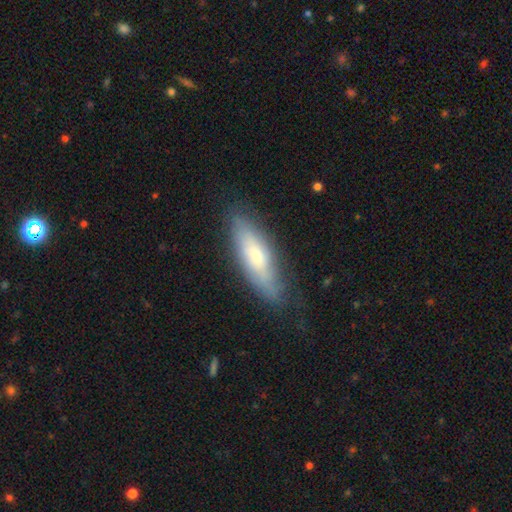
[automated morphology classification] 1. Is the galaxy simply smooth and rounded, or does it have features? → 57% smooth, 36% featured or disk, 6% star or artifact.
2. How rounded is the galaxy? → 50% cigar-shaped, 48% in between, 2% round.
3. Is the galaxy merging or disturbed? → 73% none, 20% minor disturbance, 5% major disturbance, 1% merger.